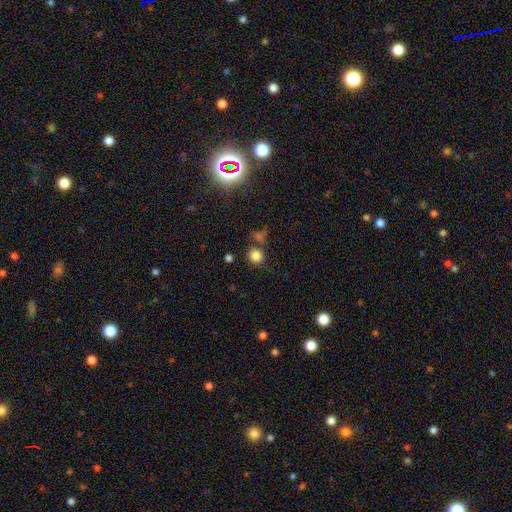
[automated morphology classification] Smooth or featured? Predicted: smooth (p=0.81). How rounded? Predicted: round (p=0.90). Merging? Predicted: none (p=0.75).